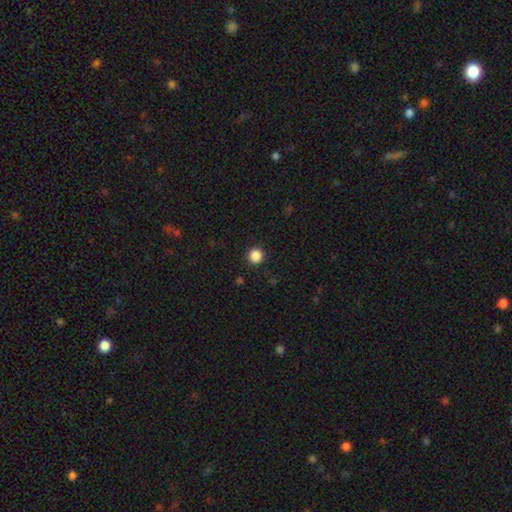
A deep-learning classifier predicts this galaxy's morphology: Smooth or featured? Predicted: smooth (p=0.87). How rounded? Predicted: round (p=0.95). Merging? Predicted: none (p=0.92).